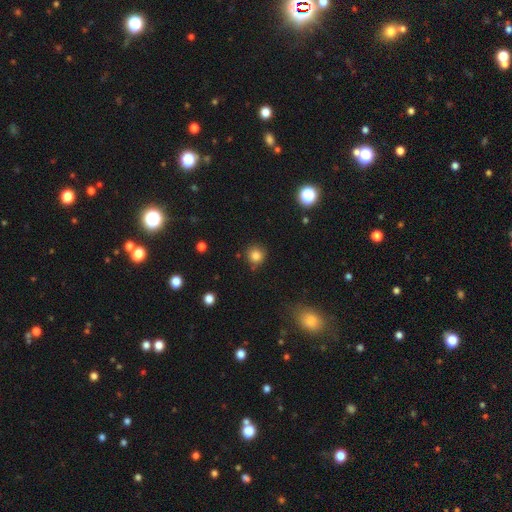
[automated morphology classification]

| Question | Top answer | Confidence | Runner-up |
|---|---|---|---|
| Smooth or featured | smooth | 83% | star or artifact (12%) |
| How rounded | round | 92% | in between (7%) |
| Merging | none | 83% | minor disturbance (11%) |